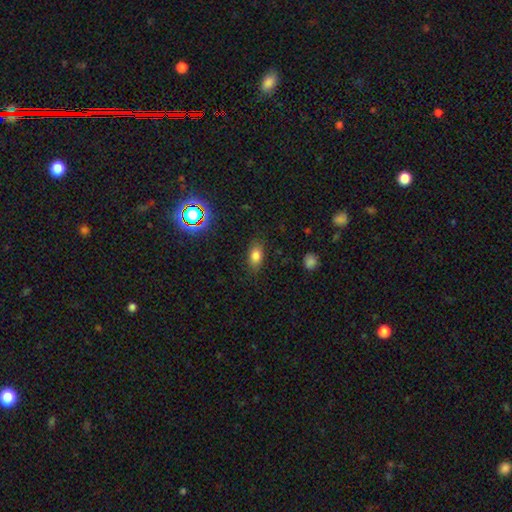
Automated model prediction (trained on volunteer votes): Q: Smooth or featured?
A: smooth (78%); runner-up: star or artifact (12%)
Q: How rounded?
A: in between (85%); runner-up: round (10%)
Q: Merging?
A: none (82%); runner-up: minor disturbance (13%)